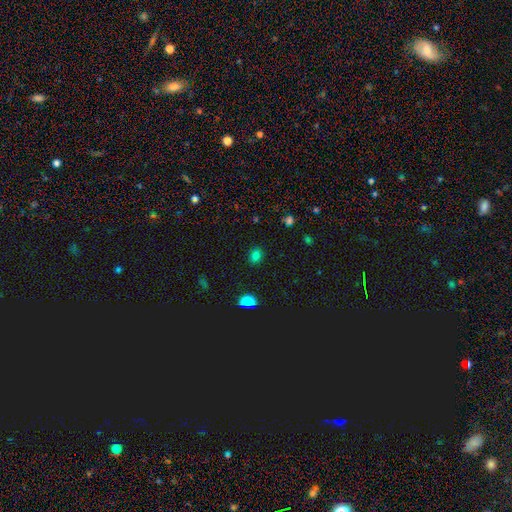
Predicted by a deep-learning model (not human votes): This is likely a smooth galaxy (77%). How rounded: possibly in between (53%). Merging: clearly none (87%).